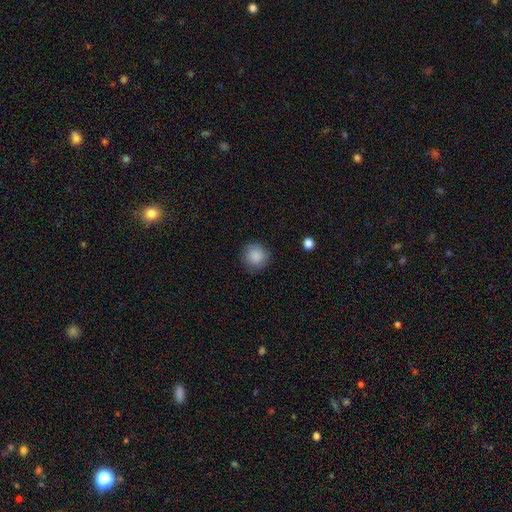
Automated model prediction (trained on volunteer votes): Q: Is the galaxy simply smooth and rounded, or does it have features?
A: smooth — 88%.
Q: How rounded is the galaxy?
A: round — 93%.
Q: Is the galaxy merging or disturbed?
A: none — 85%.